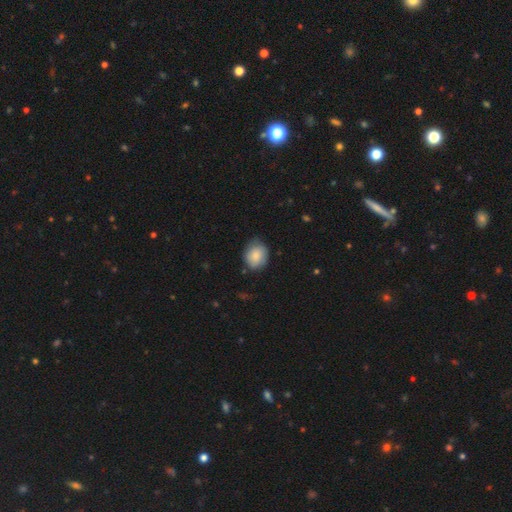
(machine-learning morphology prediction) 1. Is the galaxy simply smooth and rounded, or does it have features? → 83% smooth, 11% featured or disk, 7% star or artifact.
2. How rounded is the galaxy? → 55% round, 44% in between, 1% cigar-shaped.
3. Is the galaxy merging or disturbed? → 73% none, 22% minor disturbance, 4% major disturbance, 1% merger.